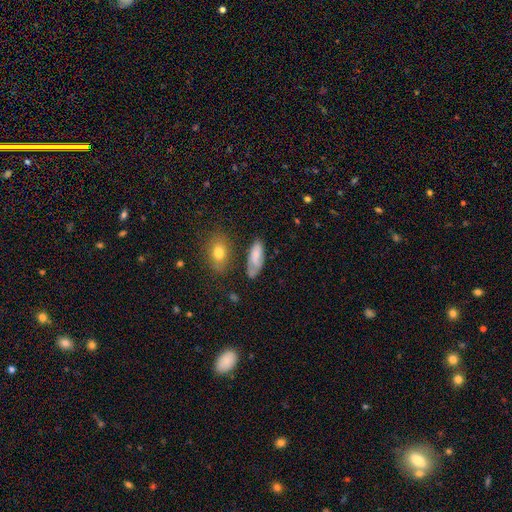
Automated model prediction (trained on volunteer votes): Smooth or featured? Predicted: smooth (p=0.68). How rounded? Predicted: in between (p=0.78). Merging? Predicted: none (p=0.58).